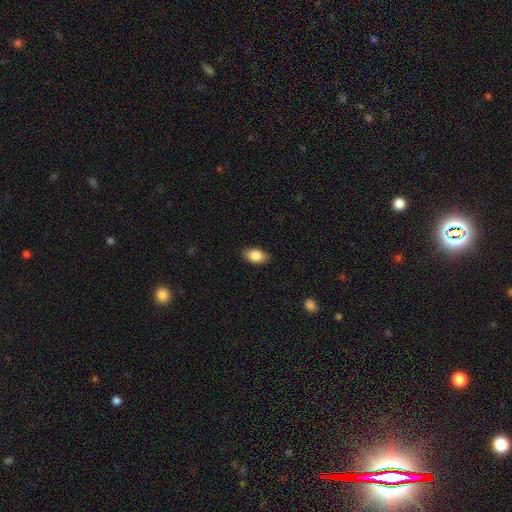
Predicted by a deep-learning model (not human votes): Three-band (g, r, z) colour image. It shows a smooth galaxy with no disk features (85%) that is in between round and cigar-shaped (90%). Merging: none (86%).